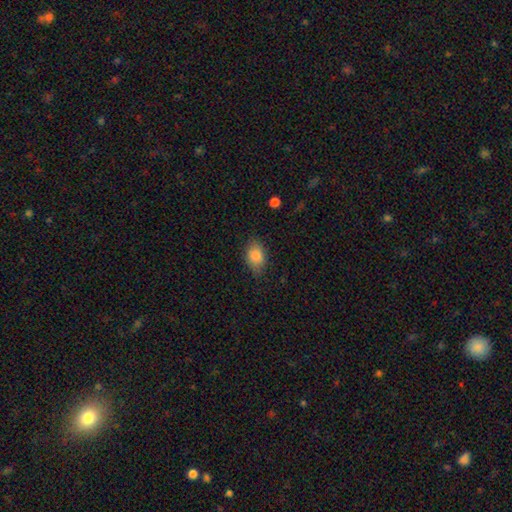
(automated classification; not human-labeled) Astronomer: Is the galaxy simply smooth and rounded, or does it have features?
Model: smooth — 86%.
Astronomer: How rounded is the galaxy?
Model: in between — 81%.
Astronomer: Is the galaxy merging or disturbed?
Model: none — 75%.